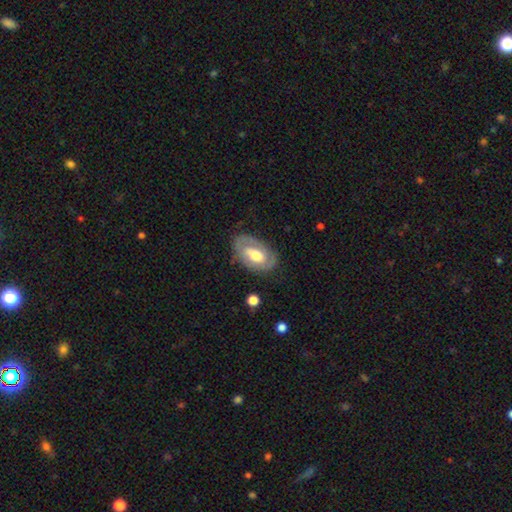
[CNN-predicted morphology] The model was most divided on "bar": no: 53%, weak: 35%, strong: 12%. More confident: edge-on disk — no (93%); merging — none (69%); bulge size — moderate (64%); spiral arms — yes (64%); smooth or featured — featured or disk (62%).